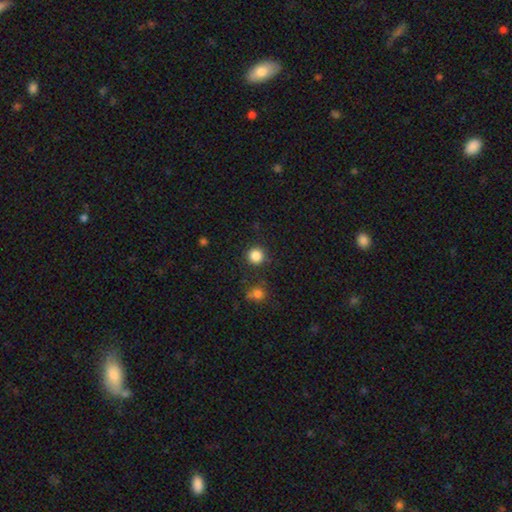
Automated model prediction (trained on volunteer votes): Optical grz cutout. It shows a smooth galaxy with no disk features (85%) that is round (95%). Merging: none (89%).